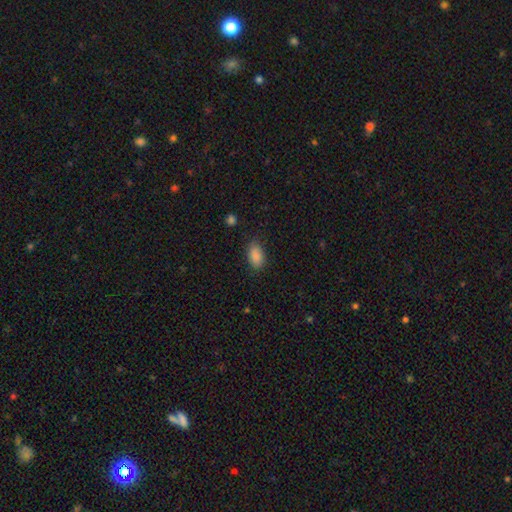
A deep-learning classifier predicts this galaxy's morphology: Smooth or featured?
  - smooth: 88% *
  - star or artifact: 8%
  - featured or disk: 4%
How rounded?
  - in between: 92% *
  - round: 6%
  - cigar-shaped: 3%
Merging?
  - none: 79% *
  - minor disturbance: 16%
  - major disturbance: 4%
  - merger: 1%